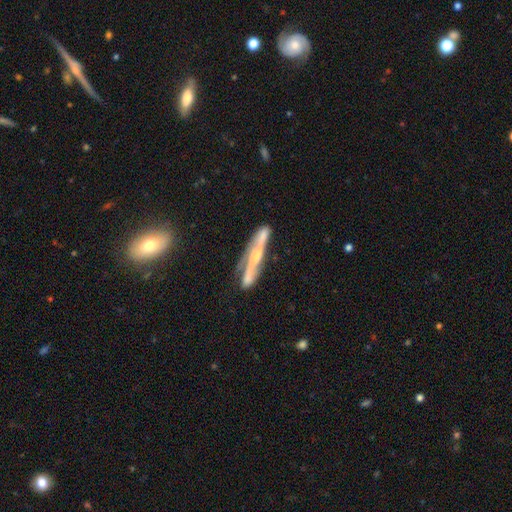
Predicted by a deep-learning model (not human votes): Morphology: type=featured or disk (71%); edge-on=yes (72%); edge-on bulge=rounded (55%); merging=none (62%).